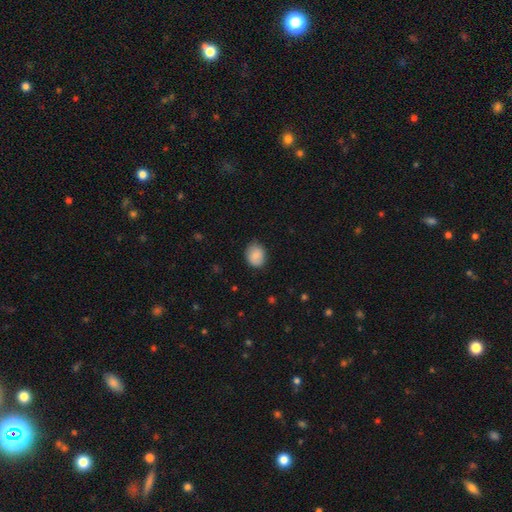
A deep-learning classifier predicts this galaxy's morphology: This appears to be a smooth galaxy with no disk features (86%) that is round (53%). Merging: none (76%).